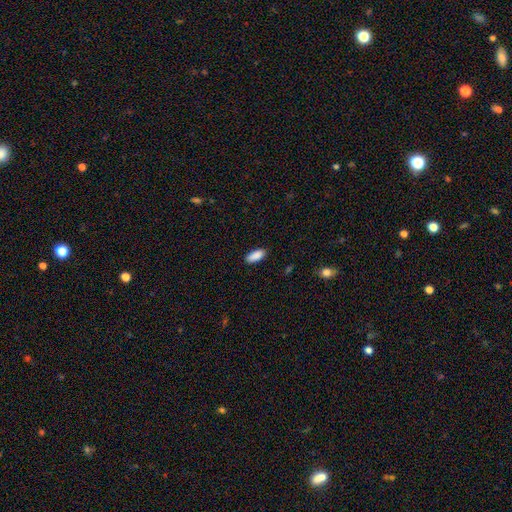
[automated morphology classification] A smooth galaxy with no disk features (90%) that is in between round and cigar-shaped (85%).

Vote fractions:
- Smooth or featured? smooth: 90% / star or artifact: 7% / featured or disk: 4%
- How rounded? in between: 85% / cigar-shaped: 13% / round: 2%
- Merging? none: 89% / minor disturbance: 8% / major disturbance: 2% / merger: 1%